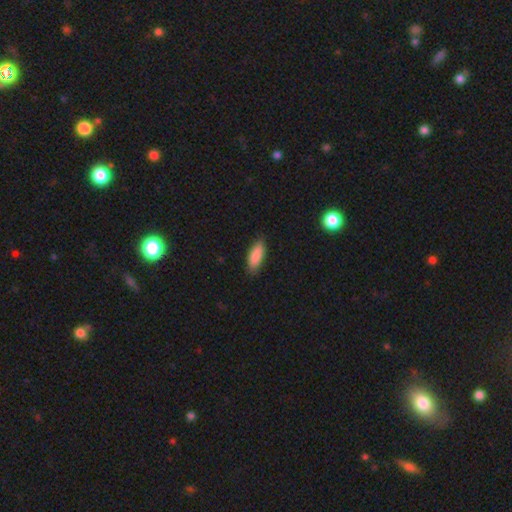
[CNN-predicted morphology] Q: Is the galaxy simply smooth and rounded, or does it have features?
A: smooth — 88%.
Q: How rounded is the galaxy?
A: in between — 74%.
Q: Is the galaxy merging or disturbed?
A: none — 85%.